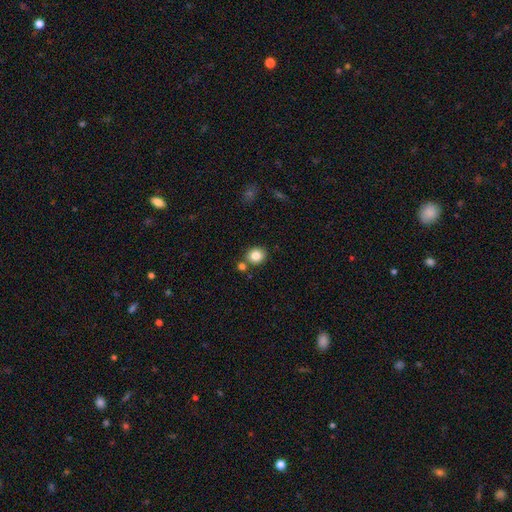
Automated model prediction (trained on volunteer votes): Overall: smooth (82%). How rounded: round (79%). Merging: none (76%).